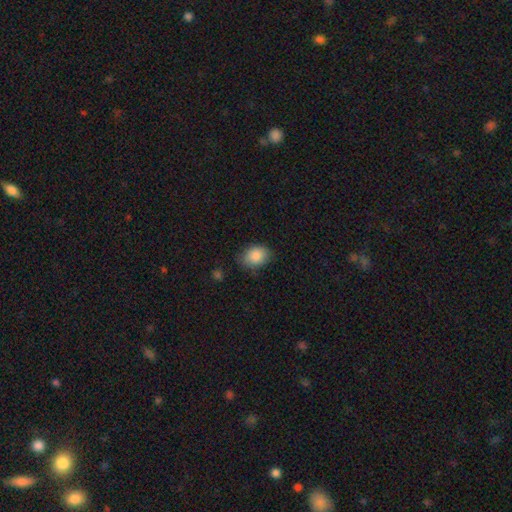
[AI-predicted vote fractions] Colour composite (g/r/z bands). It shows a smooth galaxy with no disk features (87%) that is in between round and cigar-shaped (68%). Merging: none (77%).